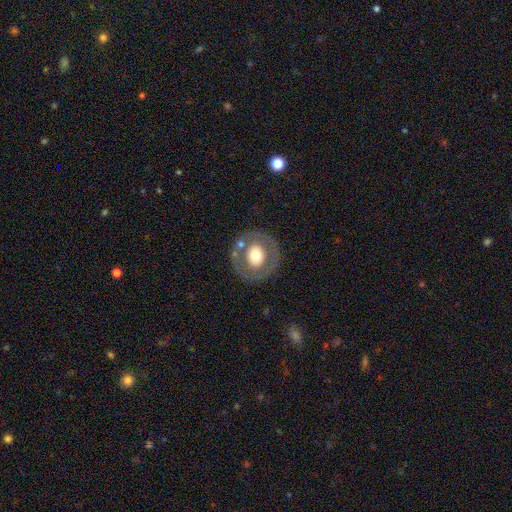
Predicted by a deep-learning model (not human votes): Smooth or featured? smooth (52%)
How rounded? round (84%)
Merging? none (78%)